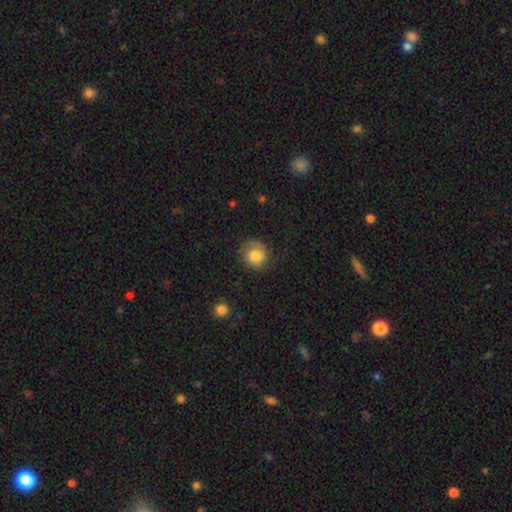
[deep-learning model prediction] Smooth or featured?
  - smooth: 74% *
  - featured or disk: 18%
  - star or artifact: 8%
How rounded?
  - round: 83% *
  - in between: 16%
  - cigar-shaped: 1%
Merging?
  - none: 70% *
  - minor disturbance: 20%
  - major disturbance: 9%
  - merger: 1%